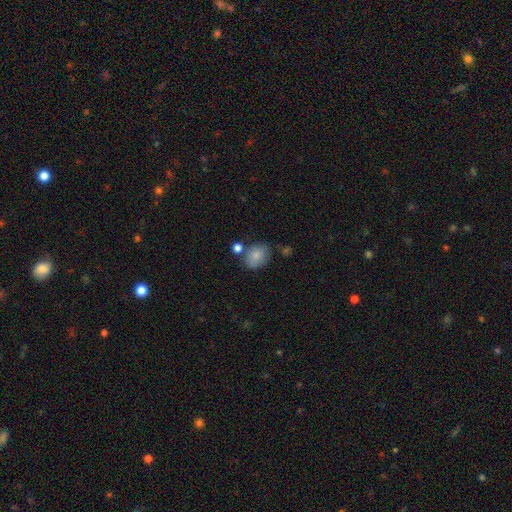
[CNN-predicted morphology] smooth 81%, featured or disk 10%, star or artifact 9%. Down the decision tree: how rounded — in between (56%); merging — none (64%).